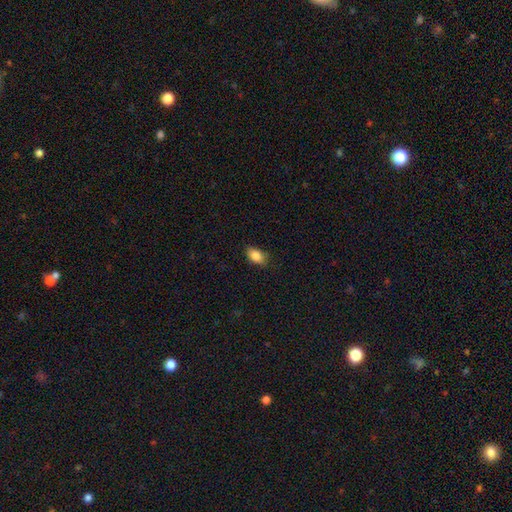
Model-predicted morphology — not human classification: Q: Smooth or featured?
A: smooth (86%); runner-up: star or artifact (8%)
Q: How rounded?
A: in between (89%); runner-up: round (8%)
Q: Merging?
A: none (83%); runner-up: minor disturbance (13%)